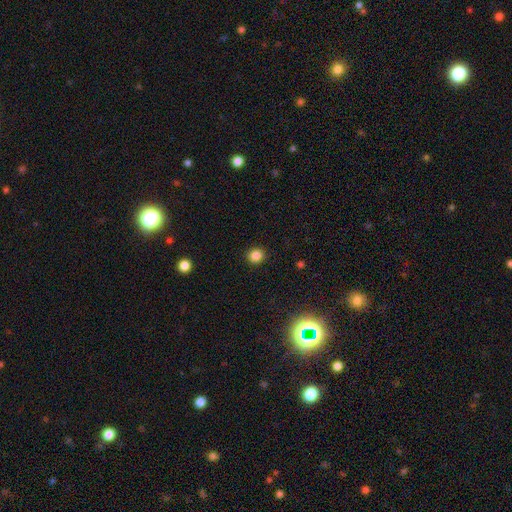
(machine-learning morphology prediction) This is clearly a smooth galaxy (84%). How rounded: clearly round (87%). Merging: clearly none (91%).